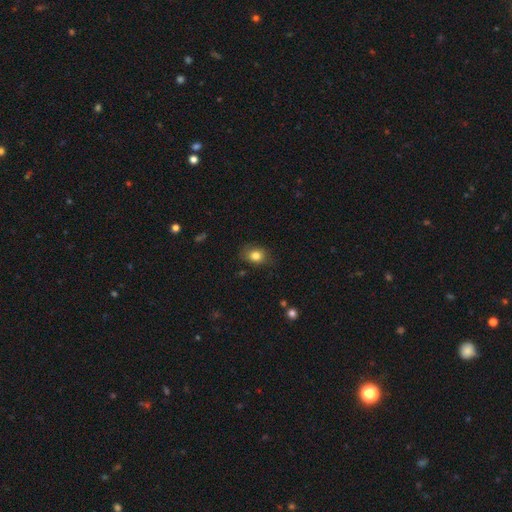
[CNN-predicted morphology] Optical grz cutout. It shows a smooth galaxy with no disk features (82%) that is in between round and cigar-shaped (59%). Merging: none (79%).